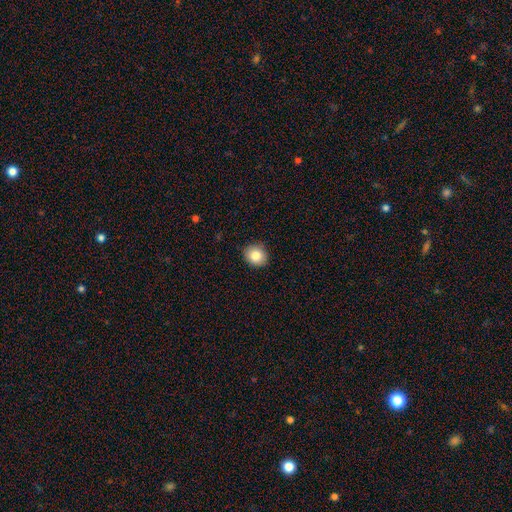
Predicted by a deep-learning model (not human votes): Smooth or featured? Predicted: smooth (p=0.82). How rounded? Predicted: round (p=0.78). Merging? Predicted: none (p=0.90).